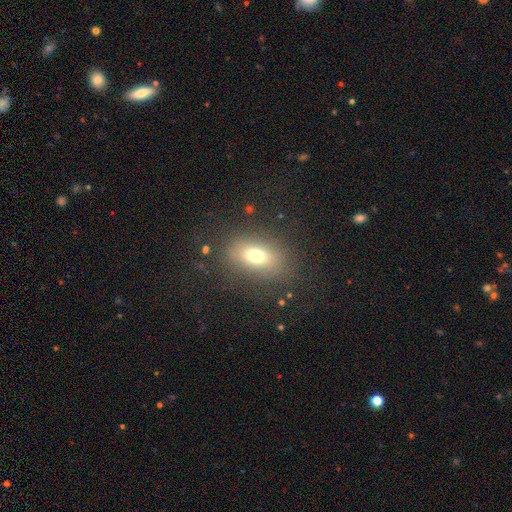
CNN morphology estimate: A smooth galaxy with no disk features (71%) that is in between round and cigar-shaped (74%). Merging: none (79%).